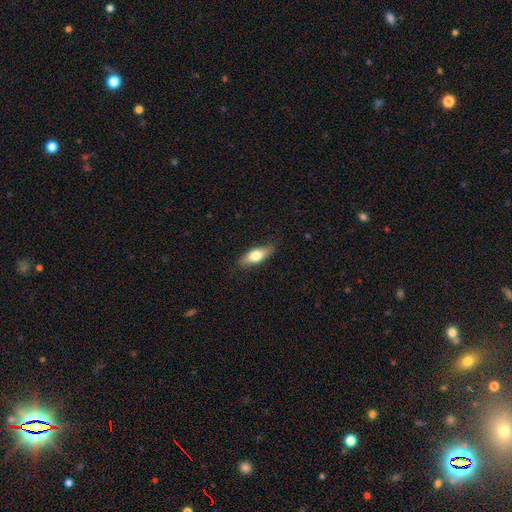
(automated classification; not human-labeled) smooth-or-featured: smooth: 69% | featured or disk: 25% | star or artifact: 6%
  how-rounded: in between: 70% | cigar-shaped: 27% | round: 3%
  merging: none: 83% | minor disturbance: 13% | major disturbance: 3% | merger: 1%